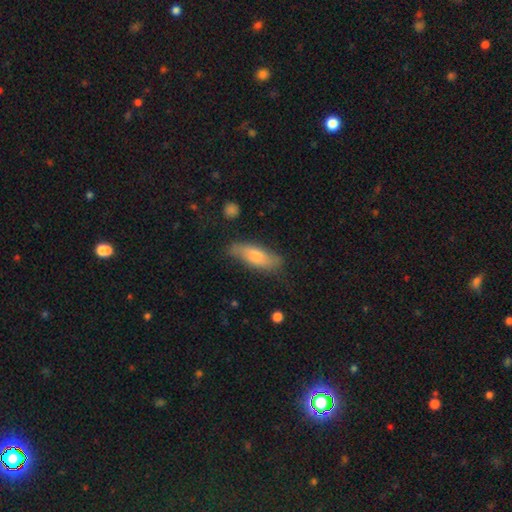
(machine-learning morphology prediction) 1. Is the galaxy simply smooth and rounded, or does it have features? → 66% smooth, 27% featured or disk, 6% star or artifact.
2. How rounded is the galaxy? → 59% in between, 39% cigar-shaped, 3% round.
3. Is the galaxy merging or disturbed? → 72% none, 22% minor disturbance, 5% major disturbance, 2% merger.